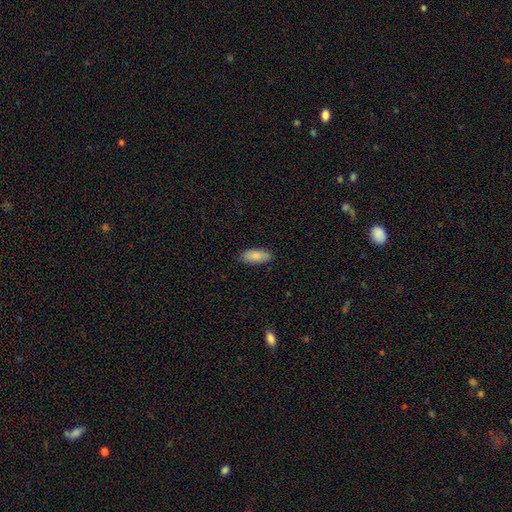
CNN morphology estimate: Smooth or featured? Predicted: smooth (p=0.88). How rounded? Predicted: in between (p=0.84). Merging? Predicted: none (p=0.87).